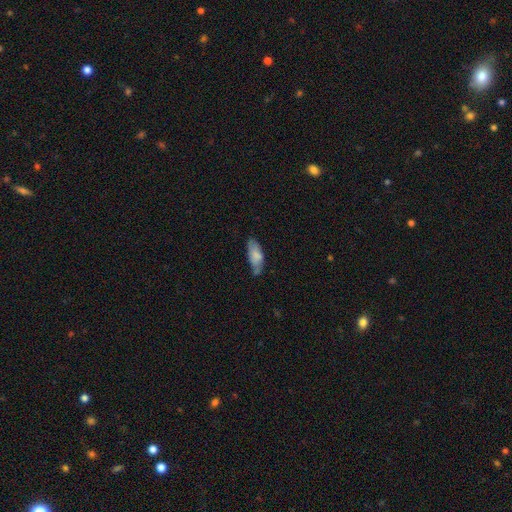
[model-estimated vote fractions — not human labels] This is likely a smooth galaxy (74%). How rounded: likely in between (74%). Merging: possibly none (53%).